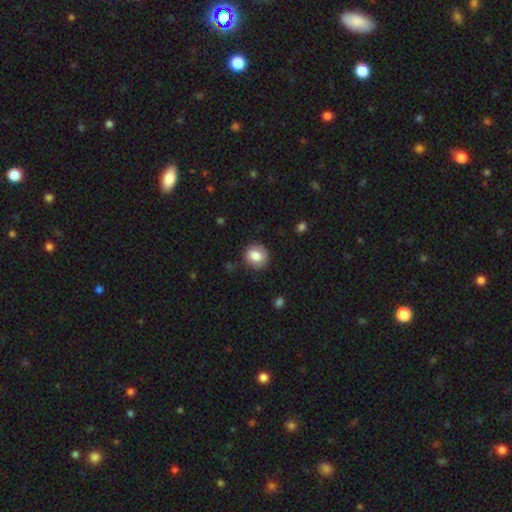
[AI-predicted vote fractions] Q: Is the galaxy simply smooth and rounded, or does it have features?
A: smooth — 80%.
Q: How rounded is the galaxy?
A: round — 81%.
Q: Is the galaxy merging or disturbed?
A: none — 83%.